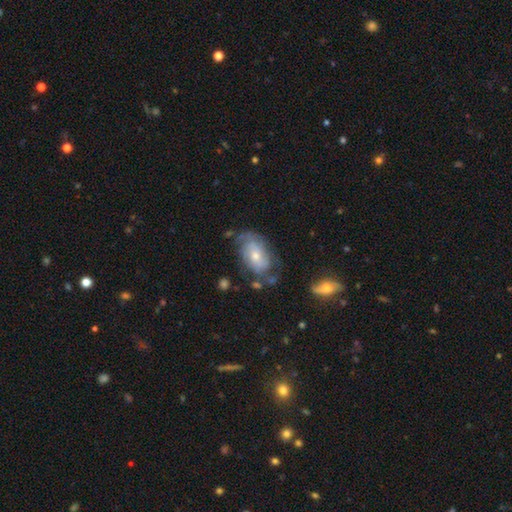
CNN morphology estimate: smooth-or-featured: featured or disk: 59% | smooth: 34% | star or artifact: 7%
  disk-edge-on: no: 94% | yes: 6%
    bar: no: 72% | weak: 24% | strong: 4%
    has-spiral-arms: yes: 73% | no: 27%
    bulge-size: moderate: 49% | small: 45% | large: 3% | none: 2% | dominant: 1%
  merging: none: 52% | minor disturbance: 27% | major disturbance: 15% | merger: 5%